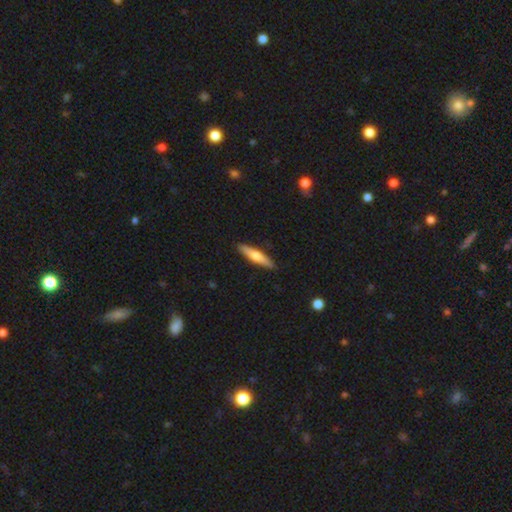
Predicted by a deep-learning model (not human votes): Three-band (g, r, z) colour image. It shows a smooth galaxy with no disk features (48%). Merging: none (91%).